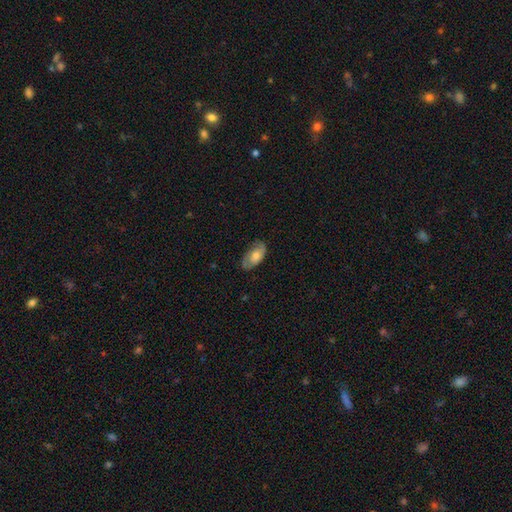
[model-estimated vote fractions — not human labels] smooth-or-featured: smooth: 53% | featured or disk: 40% | star or artifact: 7%
  how-rounded: in between: 91% | cigar-shaped: 4% | round: 4%
  merging: none: 72% | minor disturbance: 21% | major disturbance: 6% | merger: 1%